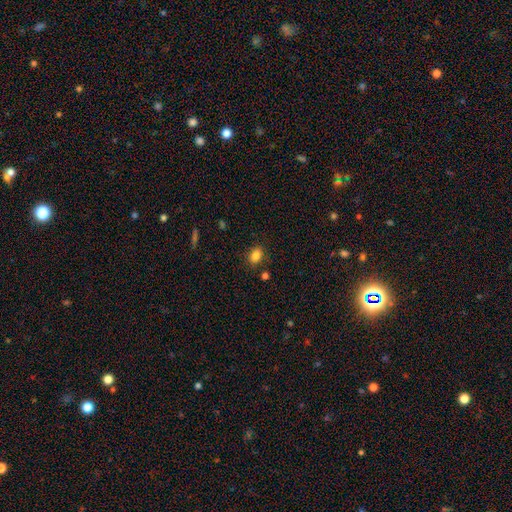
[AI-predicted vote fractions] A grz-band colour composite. It shows a smooth galaxy with no disk features (84%) that is in between round and cigar-shaped (69%). Merging: none (84%).